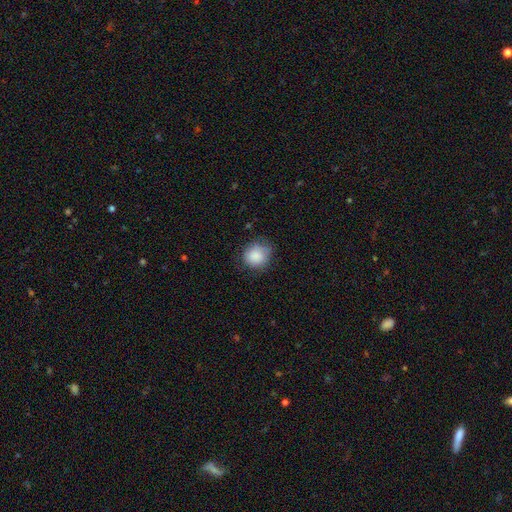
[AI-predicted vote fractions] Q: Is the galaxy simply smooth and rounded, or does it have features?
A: smooth — 86%.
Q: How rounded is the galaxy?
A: round — 79%.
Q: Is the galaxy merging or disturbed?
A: none — 69%.